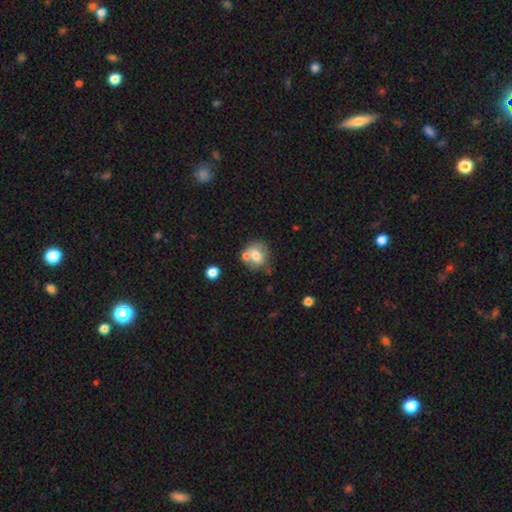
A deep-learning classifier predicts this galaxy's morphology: This appears to be a smooth galaxy with no disk features (68%) that is round (71%). Merging: none (49%).